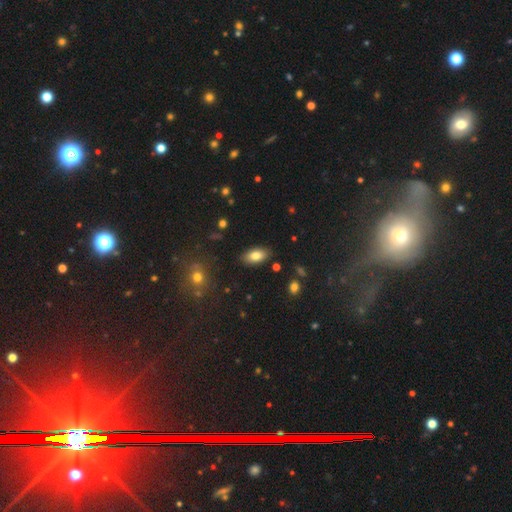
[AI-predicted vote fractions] The model was most divided on "smooth or featured": smooth: 81%, featured or disk: 11%, star or artifact: 8%. More confident: how rounded — in between (92%); merging — none (86%).